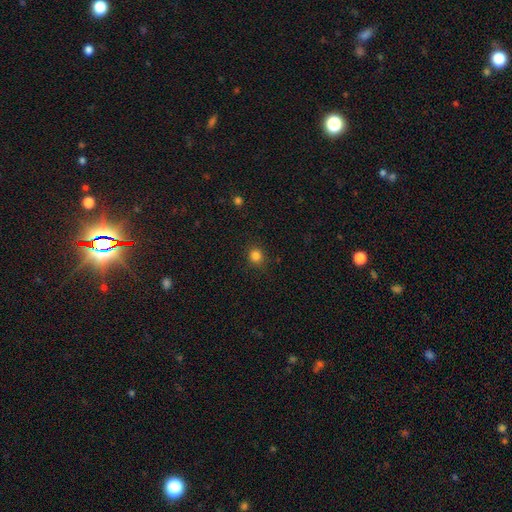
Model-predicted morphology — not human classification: This appears to be a smooth galaxy with no disk features (83%) that is round (88%). Merging: none (88%).